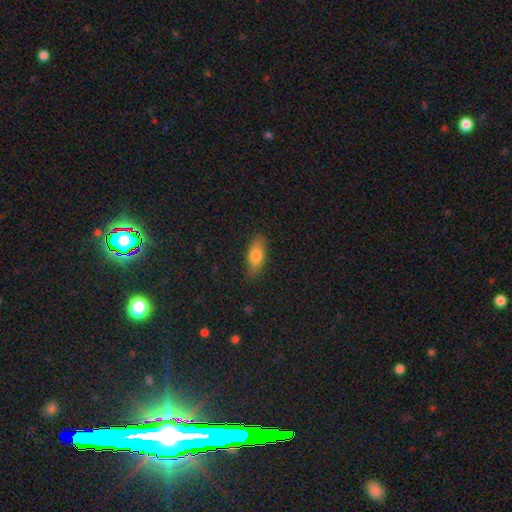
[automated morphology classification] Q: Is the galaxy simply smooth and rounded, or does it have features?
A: smooth — 78%.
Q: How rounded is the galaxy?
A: in between — 77%.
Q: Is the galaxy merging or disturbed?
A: none — 82%.